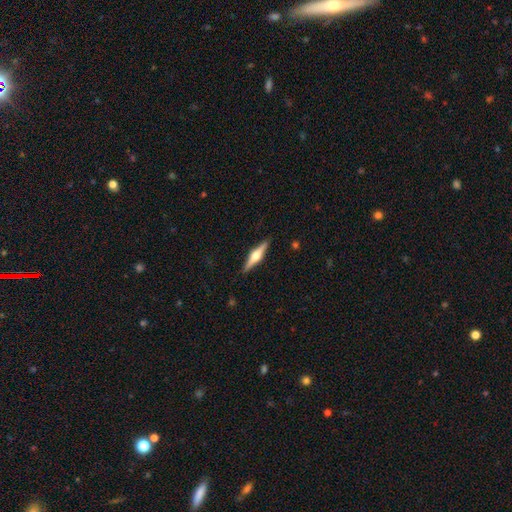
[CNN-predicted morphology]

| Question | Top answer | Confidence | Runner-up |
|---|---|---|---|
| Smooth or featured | featured or disk | 72% | smooth (23%) |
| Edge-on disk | yes | 98% | no (2%) |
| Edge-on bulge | rounded | 93% | boxy (5%) |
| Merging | none | 90% | minor disturbance (7%) |